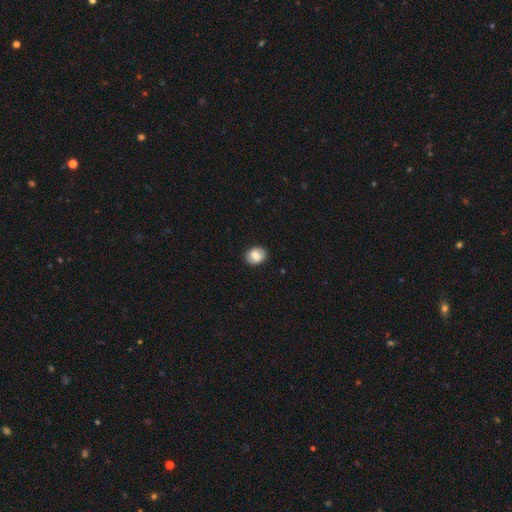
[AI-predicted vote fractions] Smooth or featured?
  - smooth: 72% *
  - featured or disk: 20%
  - star or artifact: 8%
How rounded?
  - in between: 60% *
  - round: 39%
  - cigar-shaped: 1%
Merging?
  - none: 86% *
  - minor disturbance: 10%
  - major disturbance: 3%
  - merger: 1%